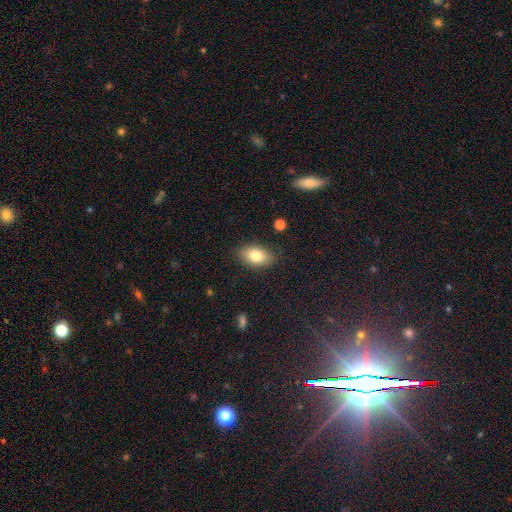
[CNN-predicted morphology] type=smooth (80%); roundness=in between (89%); merging=none (84%).